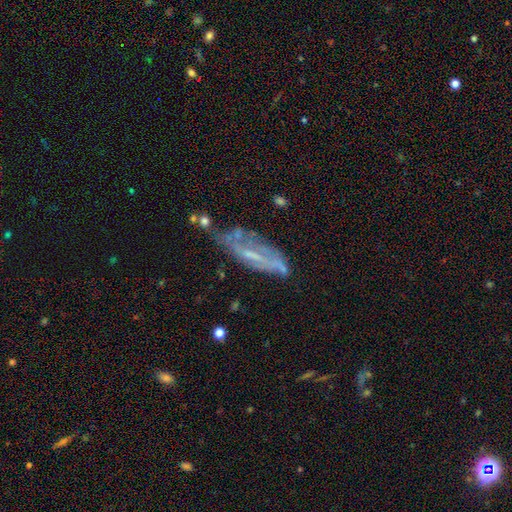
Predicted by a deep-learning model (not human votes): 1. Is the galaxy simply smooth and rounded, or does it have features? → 62% featured or disk, 27% smooth, 11% star or artifact.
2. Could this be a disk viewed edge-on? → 72% no, 28% yes.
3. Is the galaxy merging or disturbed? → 45% none, 28% minor disturbance, 18% major disturbance, 9% merger.